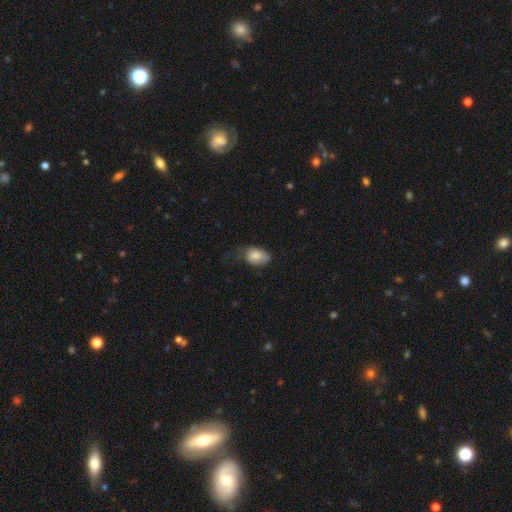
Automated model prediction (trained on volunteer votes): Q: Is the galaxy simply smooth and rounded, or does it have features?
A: smooth — 80%.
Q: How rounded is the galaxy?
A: in between — 84%.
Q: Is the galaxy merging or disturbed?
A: none — 38%.